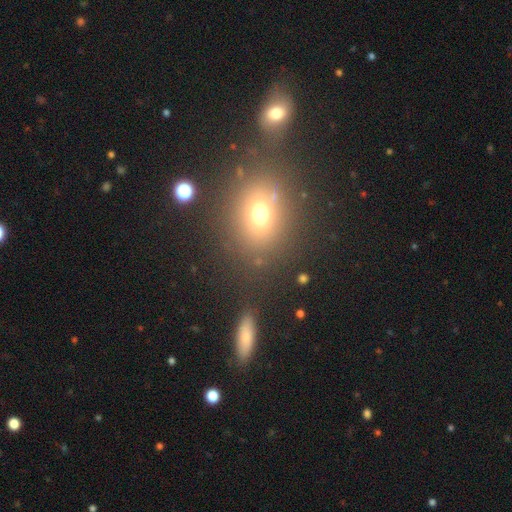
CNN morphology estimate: This is possibly a smooth galaxy (53%). How rounded: possibly round (54%). Merging: likely none (77%).